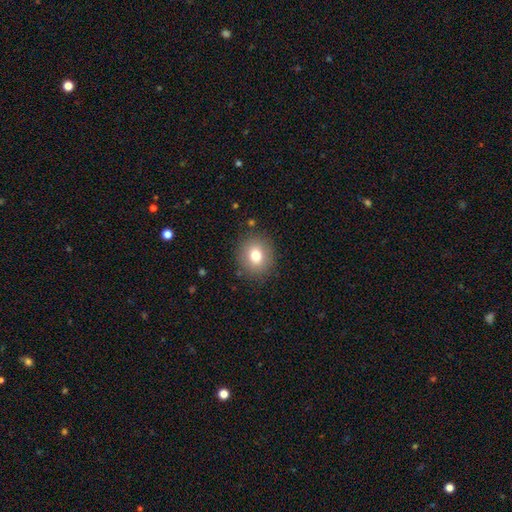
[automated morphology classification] This is likely a smooth galaxy (76%). How rounded: likely round (79%). Merging: clearly none (86%).